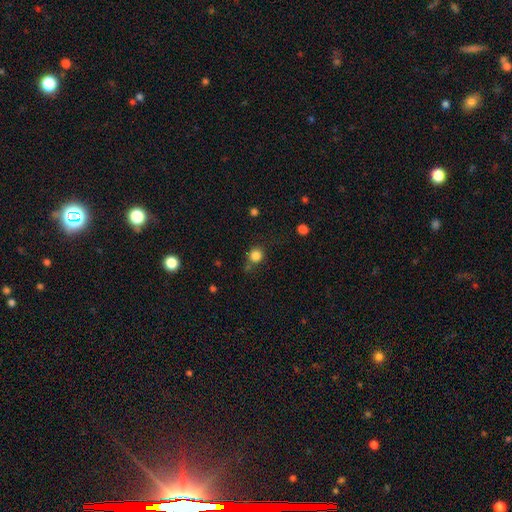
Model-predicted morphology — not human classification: This is clearly a smooth galaxy (83%). How rounded: clearly round (91%). Merging: likely none (73%).